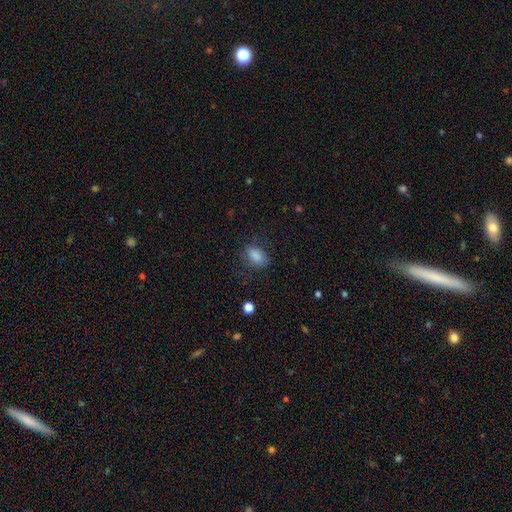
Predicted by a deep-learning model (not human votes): This is clearly a smooth galaxy (85%). How rounded: clearly in between (86%). Merging: likely none (73%).